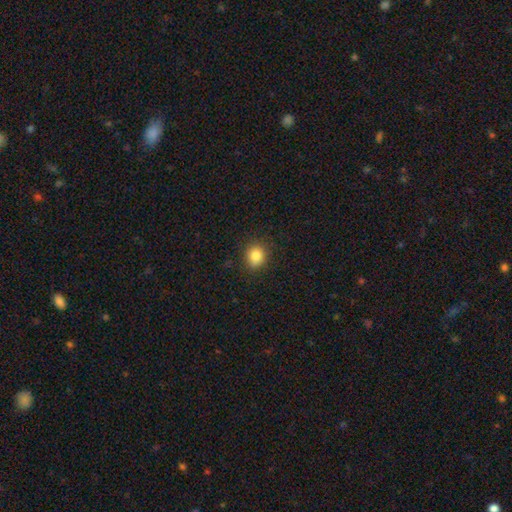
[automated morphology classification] Smooth or featured? Predicted: smooth (p=0.84). How rounded? Predicted: round (p=0.77). Merging? Predicted: none (p=0.86).